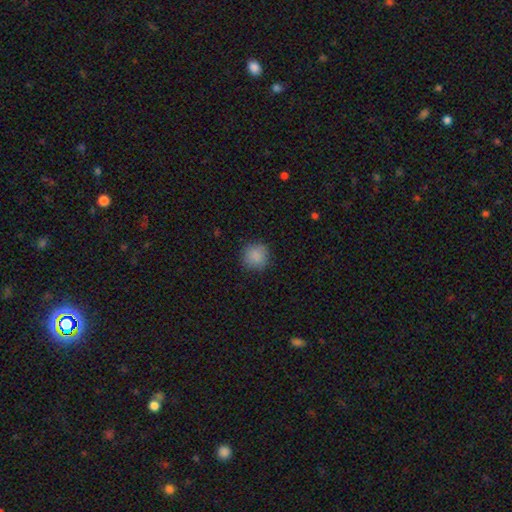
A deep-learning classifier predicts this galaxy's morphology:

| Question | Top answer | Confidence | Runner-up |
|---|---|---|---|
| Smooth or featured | smooth | 88% | star or artifact (9%) |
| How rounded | round | 92% | in between (7%) |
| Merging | none | 88% | minor disturbance (9%) |